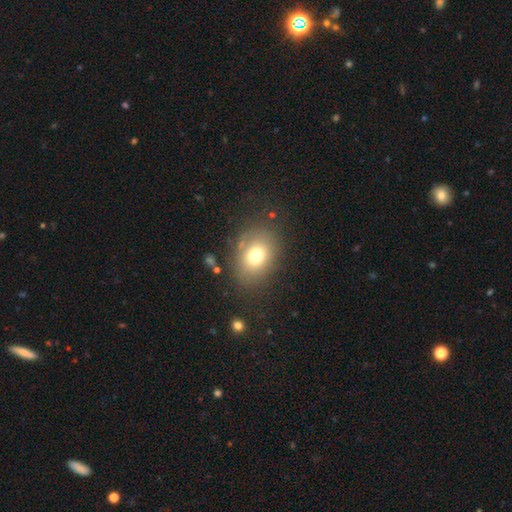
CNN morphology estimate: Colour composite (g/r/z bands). It shows a smooth galaxy with no disk features (74%) that is in between round and cigar-shaped (62%). Merging: none (77%).